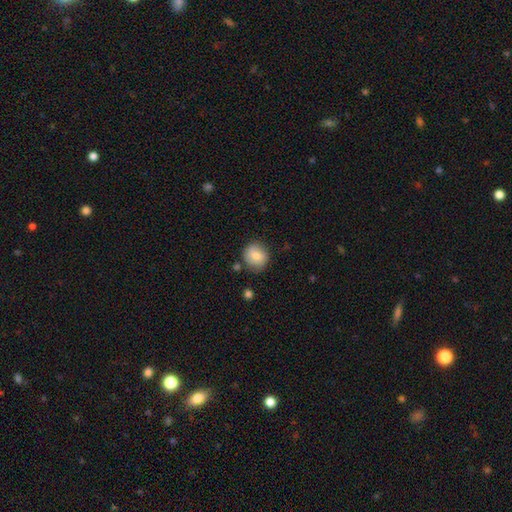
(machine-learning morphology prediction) Smooth or featured?
  - smooth: 77% *
  - featured or disk: 16%
  - star or artifact: 8%
How rounded?
  - round: 86% *
  - in between: 13%
  - cigar-shaped: 1%
Merging?
  - none: 78% *
  - minor disturbance: 15%
  - major disturbance: 3%
  - merger: 3%